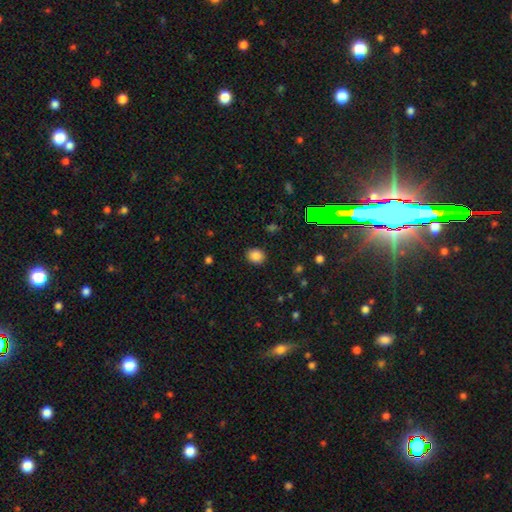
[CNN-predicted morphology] Smooth or featured? Predicted: smooth (p=0.84). How rounded? Predicted: round (p=0.69). Merging? Predicted: none (p=0.89).